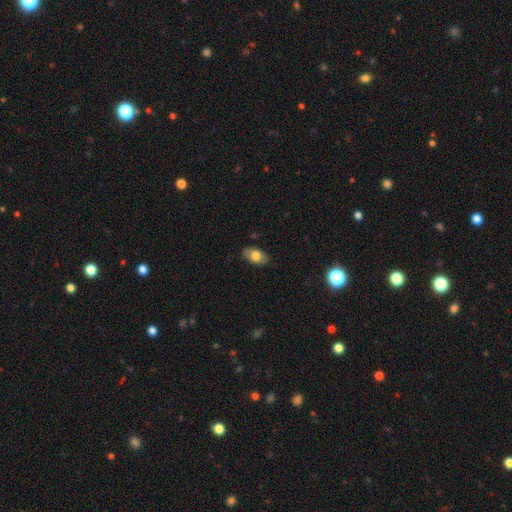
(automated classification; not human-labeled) Smooth or featured? smooth (74%)
How rounded? in between (91%)
Merging? none (83%)